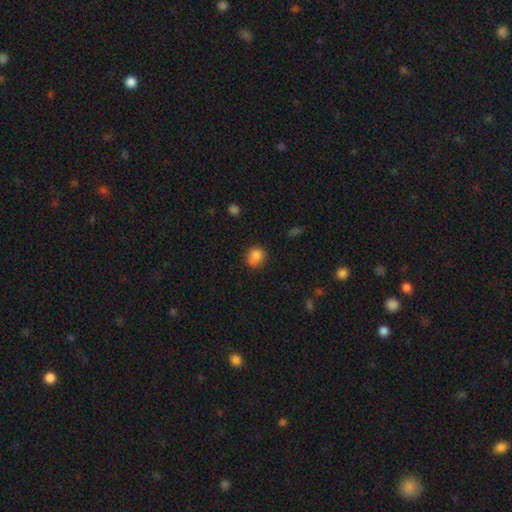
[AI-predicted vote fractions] Smooth or featured? Predicted: smooth (p=0.84). How rounded? Predicted: round (p=0.76). Merging? Predicted: none (p=0.65).